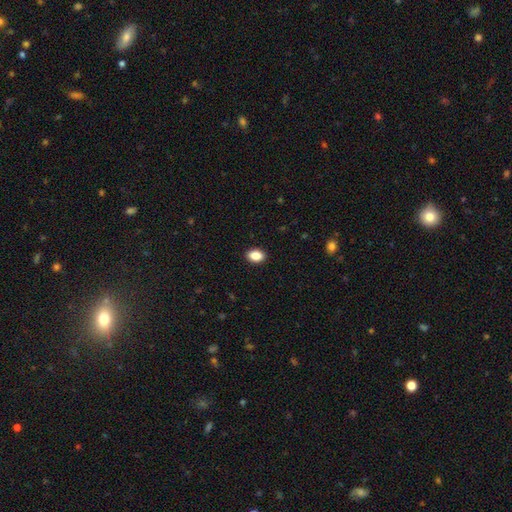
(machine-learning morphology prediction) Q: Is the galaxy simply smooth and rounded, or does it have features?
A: smooth — 87%.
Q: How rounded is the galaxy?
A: in between — 79%.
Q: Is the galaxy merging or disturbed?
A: none — 91%.